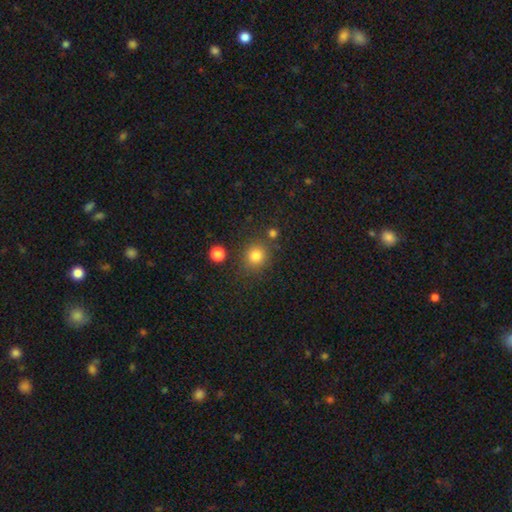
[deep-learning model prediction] Smooth or featured? smooth (82%)
How rounded? round (87%)
Merging? none (81%)